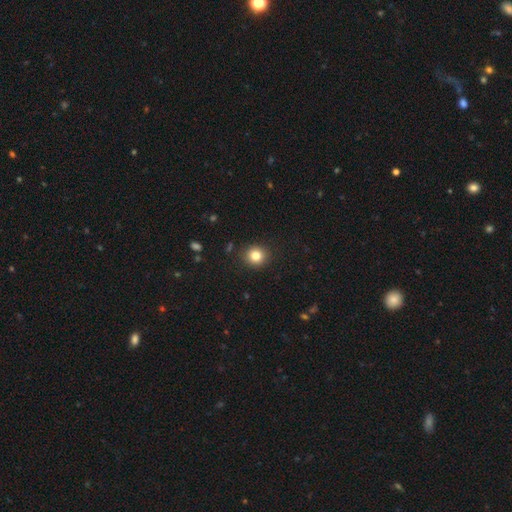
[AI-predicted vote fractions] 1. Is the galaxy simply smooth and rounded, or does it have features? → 82% smooth, 11% star or artifact, 6% featured or disk.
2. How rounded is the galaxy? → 88% round, 11% in between, 1% cigar-shaped.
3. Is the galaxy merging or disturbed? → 90% none, 6% minor disturbance, 2% major disturbance, 1% merger.